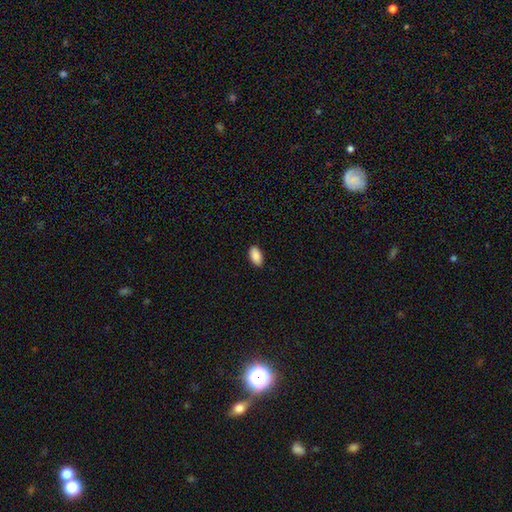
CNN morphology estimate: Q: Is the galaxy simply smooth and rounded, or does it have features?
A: smooth — 90%.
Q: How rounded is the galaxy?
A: in between — 94%.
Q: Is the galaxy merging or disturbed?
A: none — 88%.